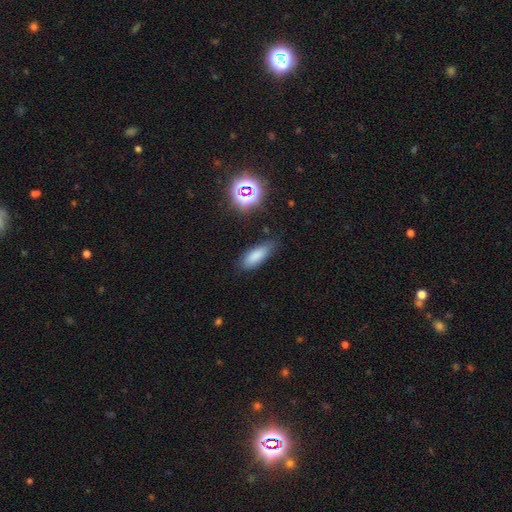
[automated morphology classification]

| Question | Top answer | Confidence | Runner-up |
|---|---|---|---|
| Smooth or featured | smooth | 80% | star or artifact (12%) |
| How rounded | in between | 69% | cigar-shaped (29%) |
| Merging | none | 76% | minor disturbance (18%) |